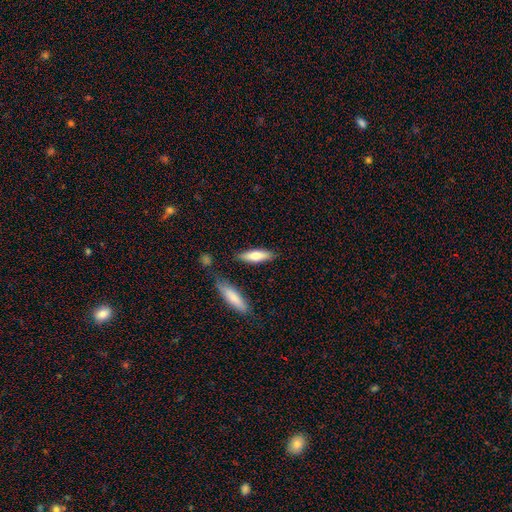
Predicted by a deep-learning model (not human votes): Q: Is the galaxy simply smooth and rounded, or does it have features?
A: smooth — 69%.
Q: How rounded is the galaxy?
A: cigar-shaped — 57%.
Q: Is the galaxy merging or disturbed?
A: none — 81%.